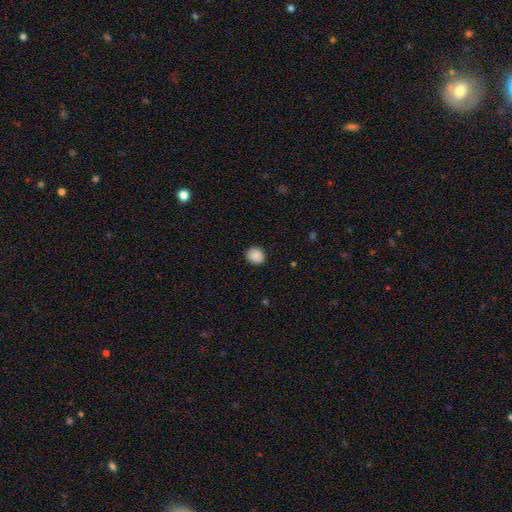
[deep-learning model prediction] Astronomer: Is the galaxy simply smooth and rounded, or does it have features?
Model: smooth — 89%.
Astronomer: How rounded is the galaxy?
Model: round — 70%.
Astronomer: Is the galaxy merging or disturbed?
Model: none — 89%.